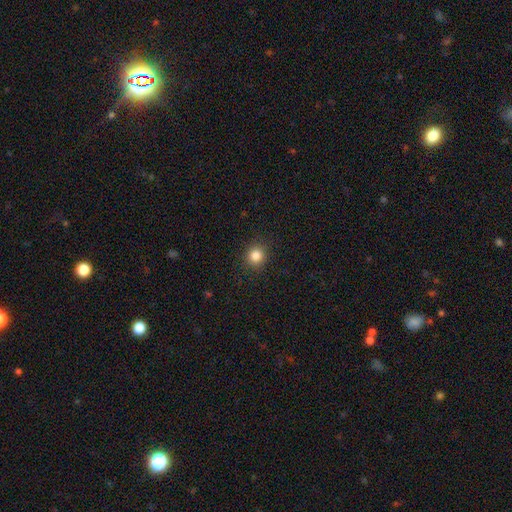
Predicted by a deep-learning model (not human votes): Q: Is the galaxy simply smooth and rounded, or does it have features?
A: smooth — 84%.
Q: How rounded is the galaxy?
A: round — 89%.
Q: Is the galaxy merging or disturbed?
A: none — 90%.